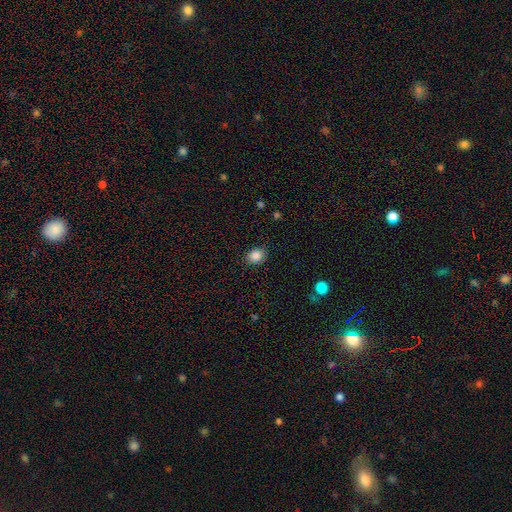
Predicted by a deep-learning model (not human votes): smooth_or_featured: smooth (p=0.86) [alt: star or artifact p=0.10]
how_rounded: round (p=0.60) [alt: in between p=0.39]
merging: none (p=0.85) [alt: minor disturbance p=0.11]